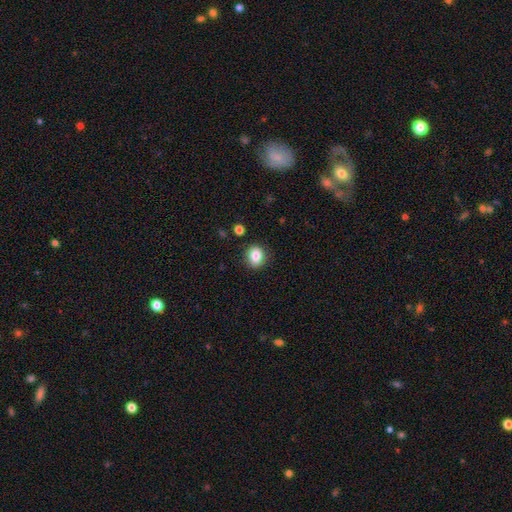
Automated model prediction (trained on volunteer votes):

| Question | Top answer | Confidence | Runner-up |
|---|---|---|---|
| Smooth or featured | smooth | 83% | star or artifact (10%) |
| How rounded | round | 66% | in between (33%) |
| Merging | none | 87% | minor disturbance (9%) |